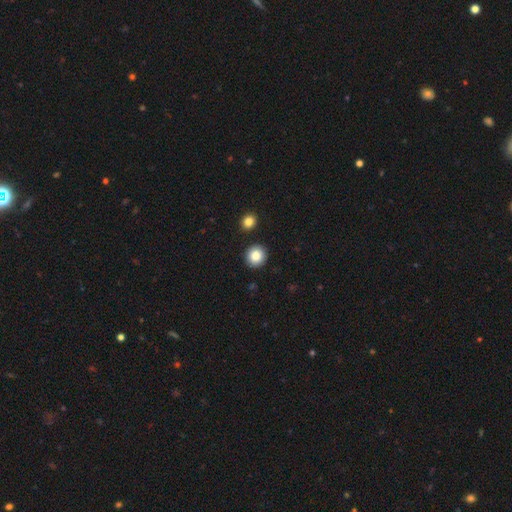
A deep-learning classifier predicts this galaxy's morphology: smooth_or_featured: smooth (p=0.85) [alt: star or artifact p=0.09]
how_rounded: round (p=0.90) [alt: in between p=0.09]
merging: none (p=0.90) [alt: minor disturbance p=0.05]